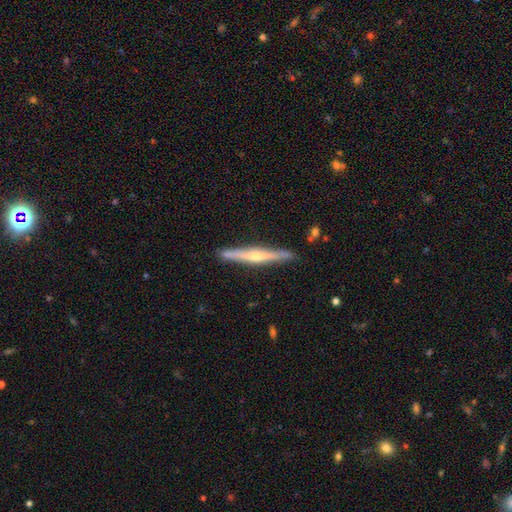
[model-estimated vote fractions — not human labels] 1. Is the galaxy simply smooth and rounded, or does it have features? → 72% featured or disk, 22% smooth, 6% star or artifact.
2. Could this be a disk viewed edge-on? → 97% yes, 3% no.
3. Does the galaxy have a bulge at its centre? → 77% rounded, 17% none, 6% boxy.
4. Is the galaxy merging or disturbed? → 89% none, 9% minor disturbance, 1% merger, 1% major disturbance.